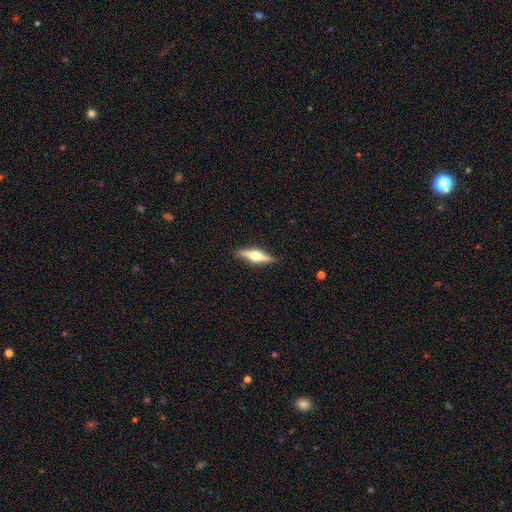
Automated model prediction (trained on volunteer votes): This appears to be a featured or disk galaxy (70%) viewed edge-on (96%) with a rounded central bulge (95%). Merging: none (88%).